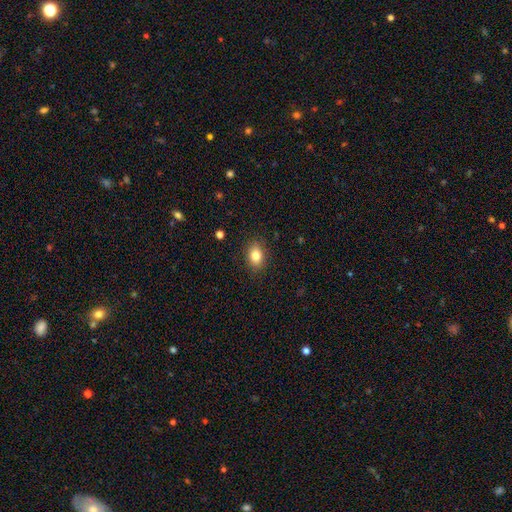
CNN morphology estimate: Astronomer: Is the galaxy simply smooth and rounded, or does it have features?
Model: smooth — 83%.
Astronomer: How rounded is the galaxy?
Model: in between — 74%.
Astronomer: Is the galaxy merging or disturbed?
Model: none — 87%.